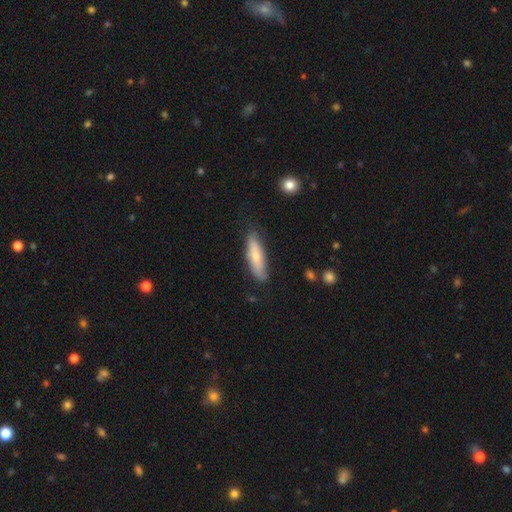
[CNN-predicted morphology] The model was most divided on "how rounded": cigar-shaped: 66%, in between: 32%, round: 2%. More confident: merging — none (79%); smooth or featured — smooth (65%).